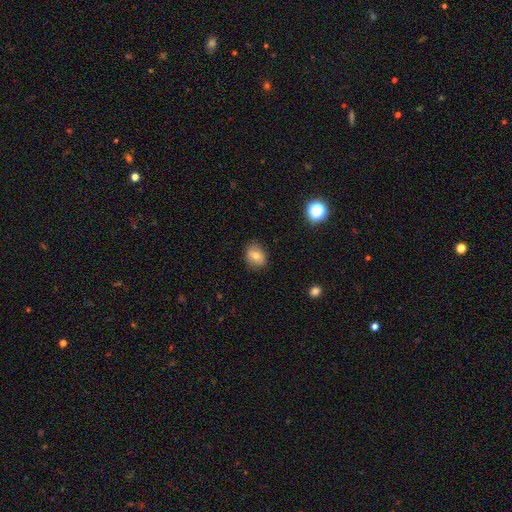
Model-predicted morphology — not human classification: type=smooth (69%); roundness=round (50%); merging=none (84%).